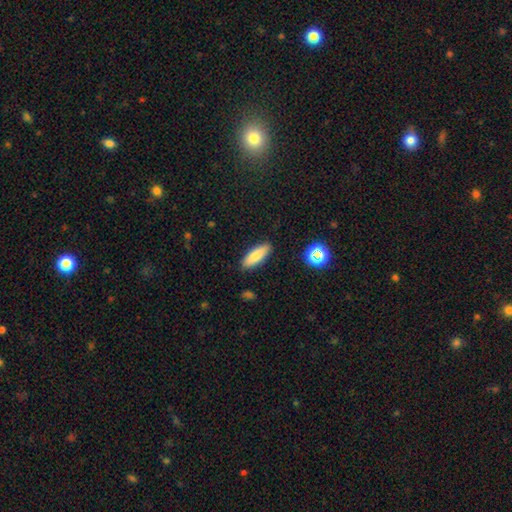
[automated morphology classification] A smooth galaxy with no disk features (82%) that is in between round and cigar-shaped (59%).

Vote fractions:
- Smooth or featured? smooth: 82% / featured or disk: 11% / star or artifact: 7%
- How rounded? in between: 59% / cigar-shaped: 39% / round: 2%
- Merging? none: 87% / minor disturbance: 9% / major disturbance: 2% / merger: 2%